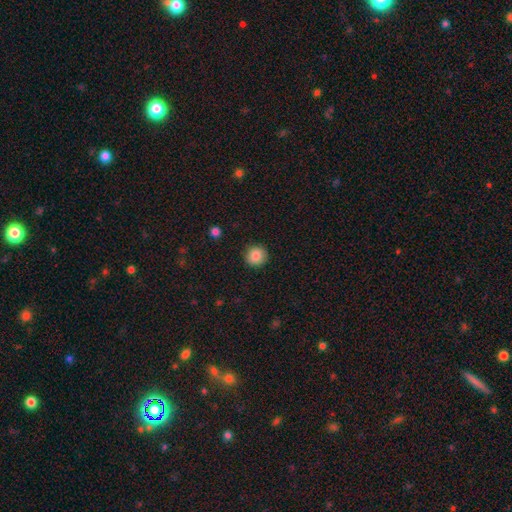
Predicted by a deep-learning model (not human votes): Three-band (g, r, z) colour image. It shows a smooth galaxy with no disk features (86%) that is round (93%). Merging: none (91%).